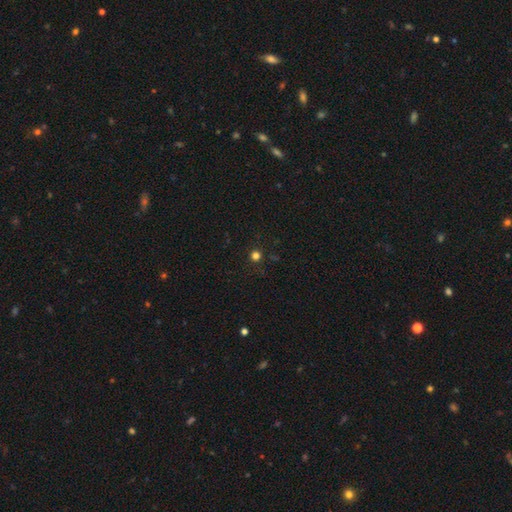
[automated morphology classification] This is likely a smooth galaxy (76%). How rounded: clearly round (95%). Merging: clearly none (90%).